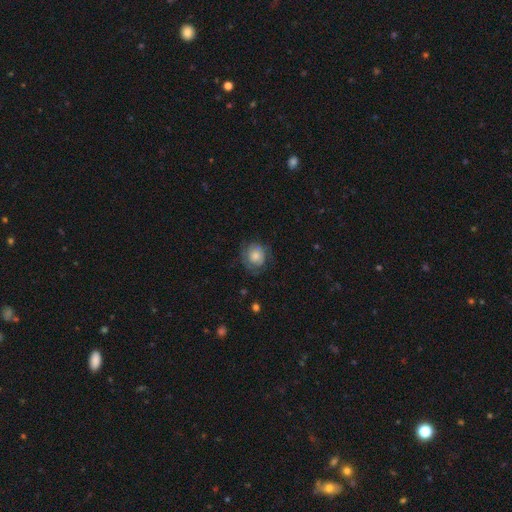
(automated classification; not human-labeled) smooth-or-featured: smooth: 59% | featured or disk: 33% | star or artifact: 9%
  how-rounded: round: 82% | in between: 17% | cigar-shaped: 1%
  merging: none: 65% | minor disturbance: 21% | major disturbance: 12% | merger: 1%